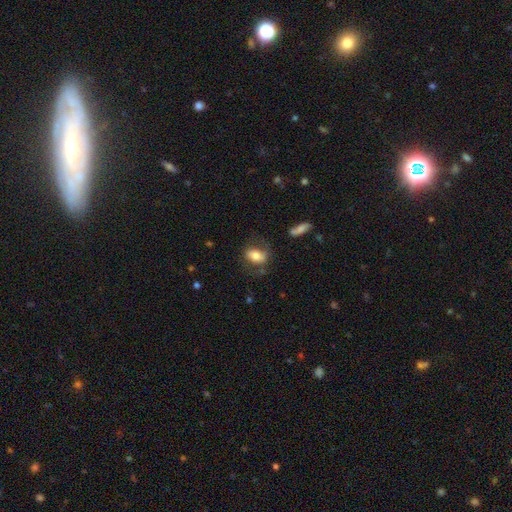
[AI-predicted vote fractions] smooth-or-featured: smooth: 69% | featured or disk: 23% | star or artifact: 8%
  how-rounded: in between: 82% | round: 15% | cigar-shaped: 3%
  merging: none: 64% | minor disturbance: 20% | major disturbance: 13% | merger: 3%